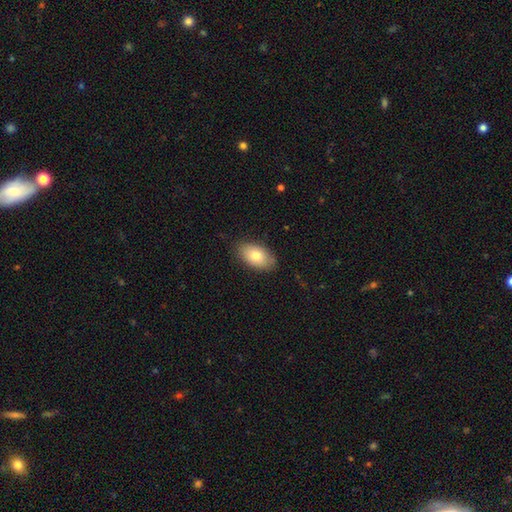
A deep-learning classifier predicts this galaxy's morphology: Smooth or featured? Predicted: smooth (p=0.78). How rounded? Predicted: in between (p=0.92). Merging? Predicted: none (p=0.84).